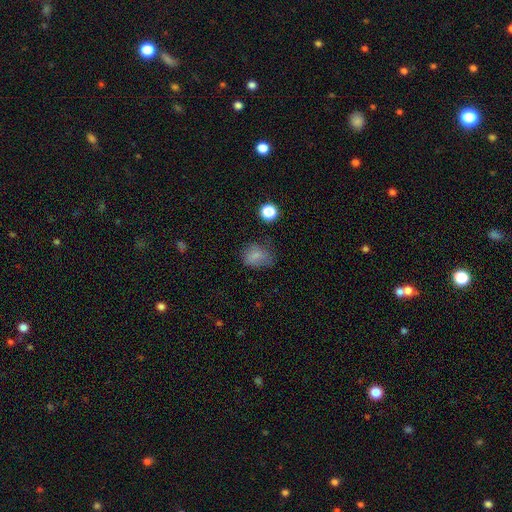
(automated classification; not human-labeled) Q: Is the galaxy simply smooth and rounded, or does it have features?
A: smooth — 75%.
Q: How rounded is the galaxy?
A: in between — 56%.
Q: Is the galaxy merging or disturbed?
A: none — 52%.